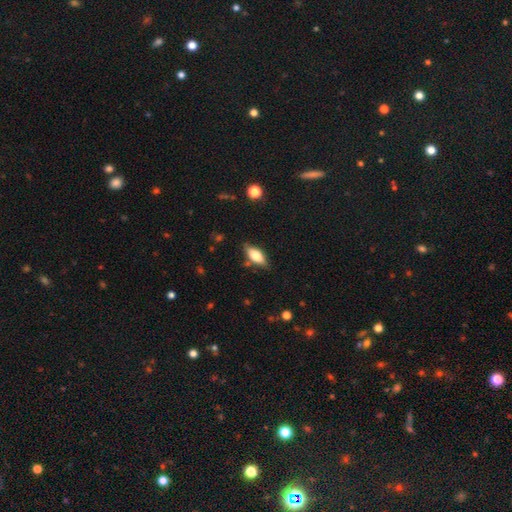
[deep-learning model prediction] Smooth or featured?
  - smooth: 59% *
  - featured or disk: 34%
  - star or artifact: 7%
How rounded?
  - in between: 73% *
  - cigar-shaped: 23%
  - round: 3%
Merging?
  - none: 79% *
  - minor disturbance: 15%
  - major disturbance: 3%
  - merger: 3%